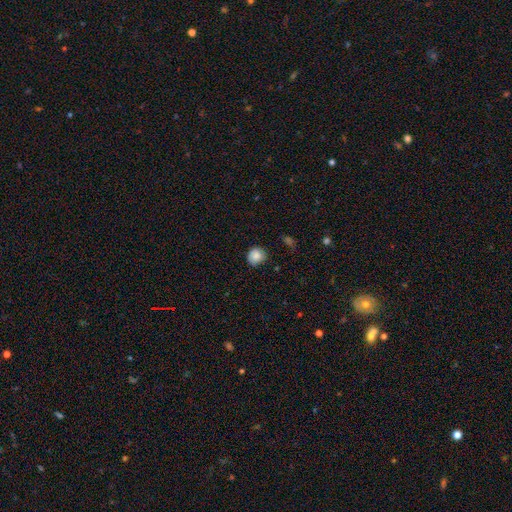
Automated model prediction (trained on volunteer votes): Smooth or featured? Predicted: smooth (p=0.84). How rounded? Predicted: round (p=0.85). Merging? Predicted: none (p=0.74).